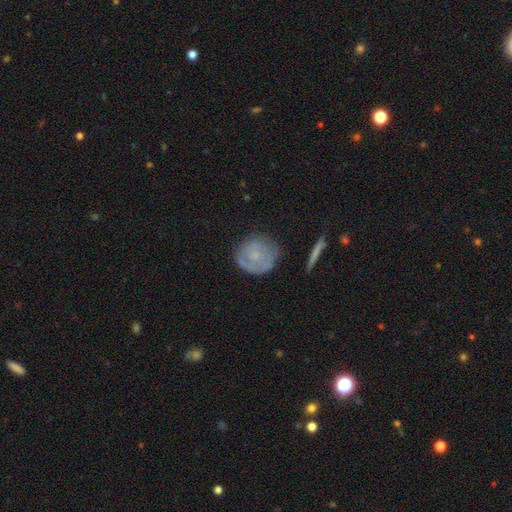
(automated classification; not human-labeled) Smooth or featured? Predicted: smooth (p=0.48). Merging? Predicted: none (p=0.71).